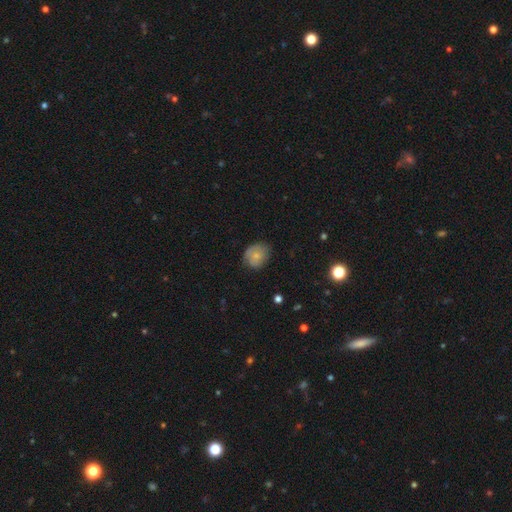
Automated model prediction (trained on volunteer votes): Smooth or featured: smooth — 69% (featured or disk — 23%)
How rounded: round — 58% (in between — 41%)
Merging: none — 69% (minor disturbance — 25%)